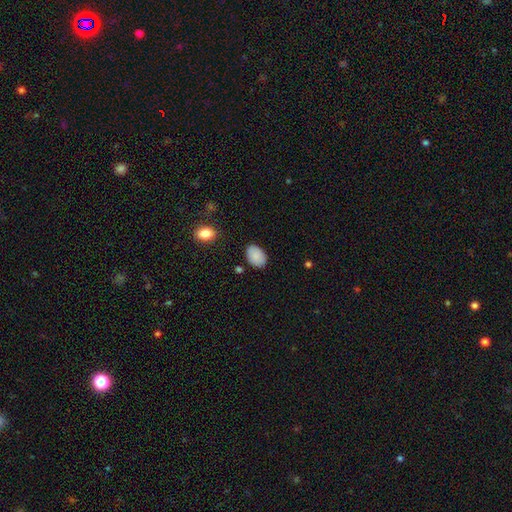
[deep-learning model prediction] Smooth or featured?
  - smooth: 88% *
  - star or artifact: 7%
  - featured or disk: 5%
How rounded?
  - in between: 85% *
  - round: 14%
  - cigar-shaped: 1%
Merging?
  - none: 81% *
  - minor disturbance: 14%
  - major disturbance: 3%
  - merger: 2%